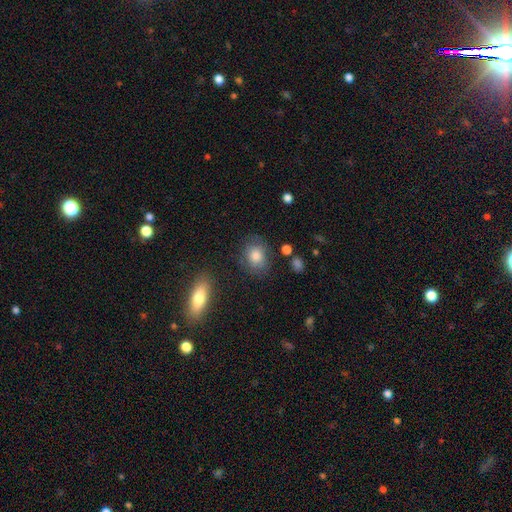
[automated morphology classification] Smooth or featured? Predicted: smooth (p=0.78). How rounded? Predicted: round (p=0.55). Merging? Predicted: none (p=0.76).